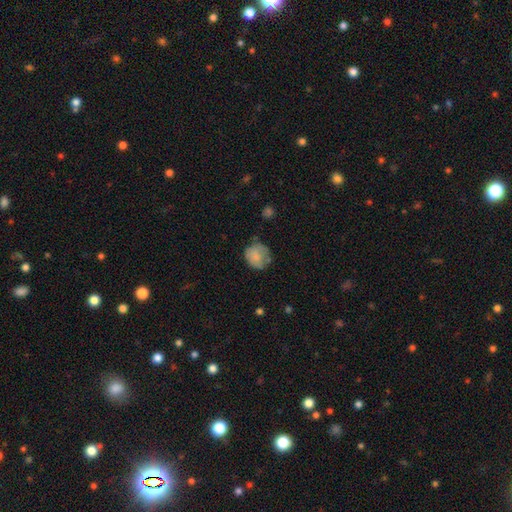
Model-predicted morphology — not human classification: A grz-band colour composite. It shows a smooth galaxy with no disk features (75%) that is round (75%). Merging: none (55%).